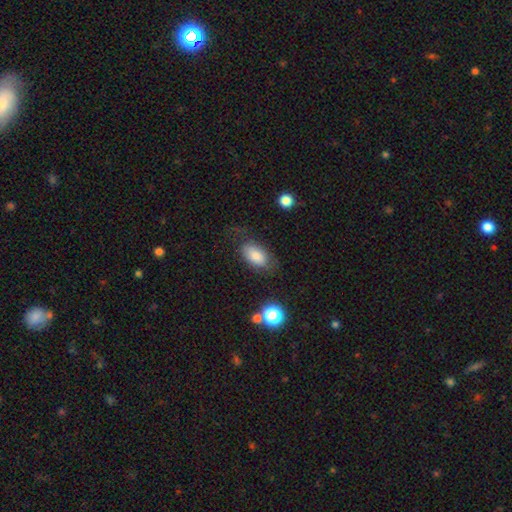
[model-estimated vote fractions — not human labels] Smooth or featured? smooth (80%)
How rounded? in between (92%)
Merging? none (63%)